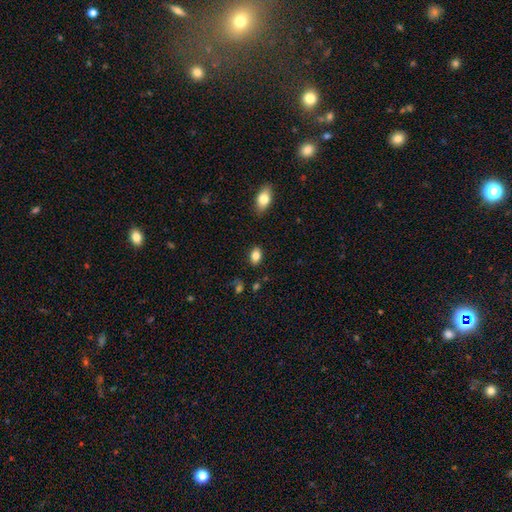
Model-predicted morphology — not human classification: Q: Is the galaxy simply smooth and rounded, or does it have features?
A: smooth — 84%.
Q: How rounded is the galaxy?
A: in between — 85%.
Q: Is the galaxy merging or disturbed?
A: none — 87%.